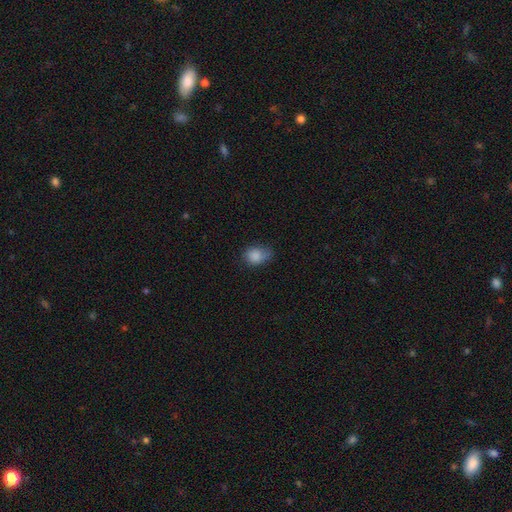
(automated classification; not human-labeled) smooth 85%, star or artifact 9%, featured or disk 6%. Down the decision tree: how rounded — in between (55%); merging — none (55%).